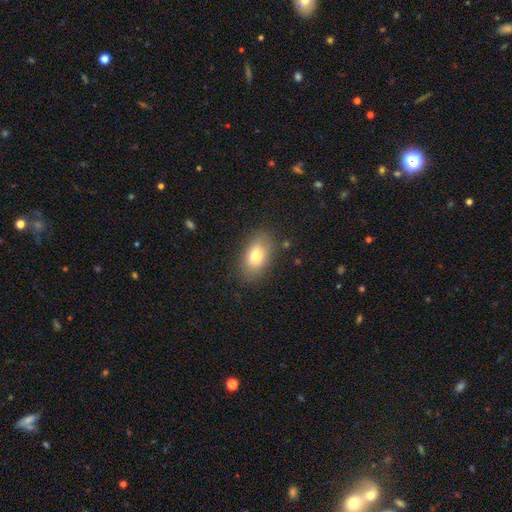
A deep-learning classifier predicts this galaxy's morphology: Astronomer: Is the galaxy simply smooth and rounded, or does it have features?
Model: smooth — 78%.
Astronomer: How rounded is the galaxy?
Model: in between — 89%.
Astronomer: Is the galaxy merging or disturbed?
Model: none — 81%.